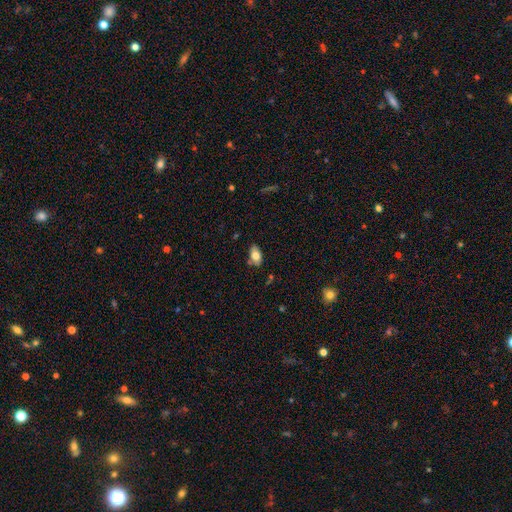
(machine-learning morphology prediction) smooth-or-featured: smooth: 75% | featured or disk: 18% | star or artifact: 8%
  how-rounded: in between: 91% | round: 6% | cigar-shaped: 3%
  merging: none: 71% | minor disturbance: 20% | merger: 5% | major disturbance: 4%